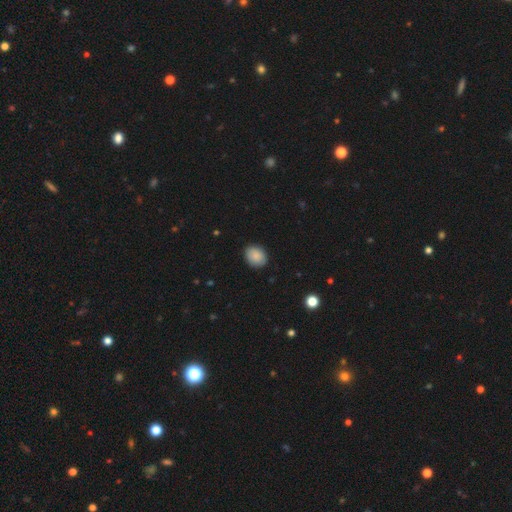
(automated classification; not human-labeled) smooth-or-featured: smooth: 88% | star or artifact: 8% | featured or disk: 4%
  how-rounded: round: 52% | in between: 47% | cigar-shaped: 1%
  merging: none: 88% | minor disturbance: 9% | major disturbance: 2% | merger: 1%